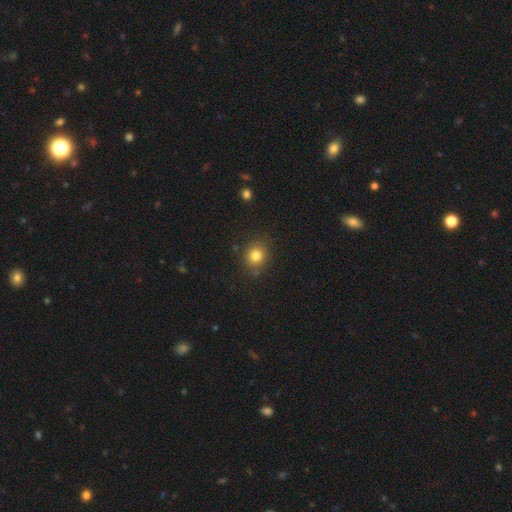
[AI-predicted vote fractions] Smooth or featured?
  - smooth: 81% *
  - star or artifact: 12%
  - featured or disk: 7%
How rounded?
  - round: 84% *
  - in between: 15%
  - cigar-shaped: 1%
Merging?
  - none: 83% *
  - minor disturbance: 10%
  - merger: 4%
  - major disturbance: 3%